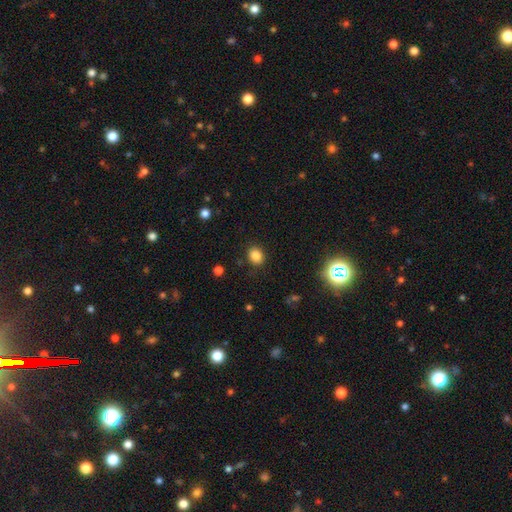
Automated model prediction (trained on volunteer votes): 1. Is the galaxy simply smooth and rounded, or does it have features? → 84% smooth, 11% star or artifact, 4% featured or disk.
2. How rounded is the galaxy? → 54% round, 45% in between, 1% cigar-shaped.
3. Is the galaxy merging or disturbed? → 86% none, 9% minor disturbance, 3% major disturbance, 1% merger.